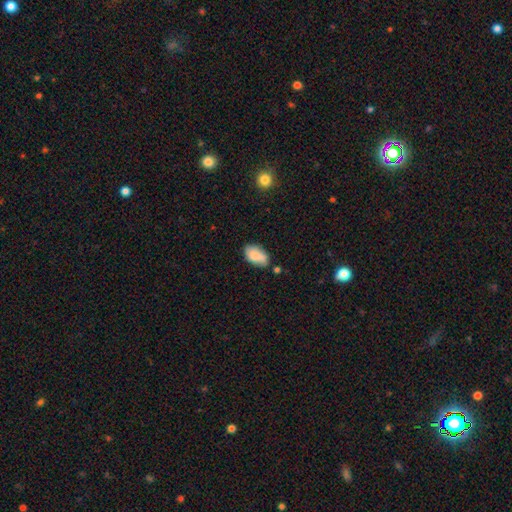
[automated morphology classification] Q: Smooth or featured?
A: smooth (79%); runner-up: featured or disk (13%)
Q: How rounded?
A: in between (93%); runner-up: round (5%)
Q: Merging?
A: none (66%); runner-up: minor disturbance (24%)